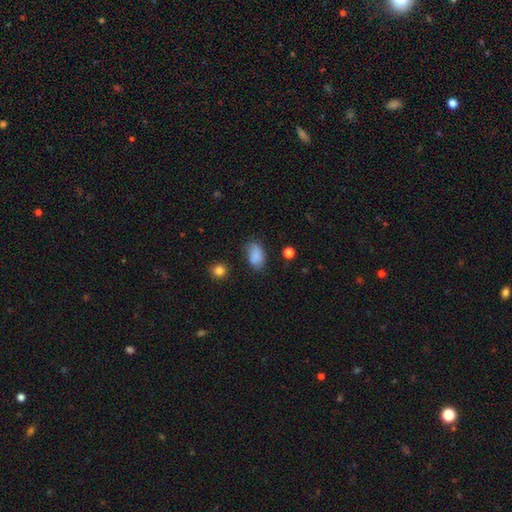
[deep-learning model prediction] smooth-or-featured: smooth: 85% | star or artifact: 10% | featured or disk: 5%
  how-rounded: in between: 89% | round: 10% | cigar-shaped: 2%
  merging: none: 69% | minor disturbance: 22% | major disturbance: 6% | merger: 3%